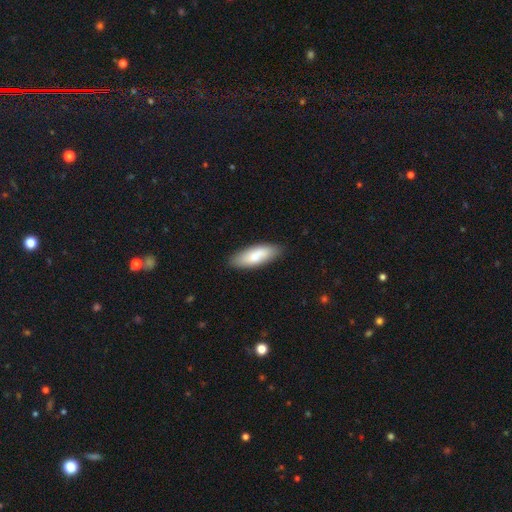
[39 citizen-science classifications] Q: Smooth or featured?
A: smooth (87%); runner-up: featured or disk (10%)
Q: How rounded?
A: in between (76%); runner-up: cigar-shaped (21%)
Q: Merging?
A: none (79%); runner-up: minor disturbance (13%)